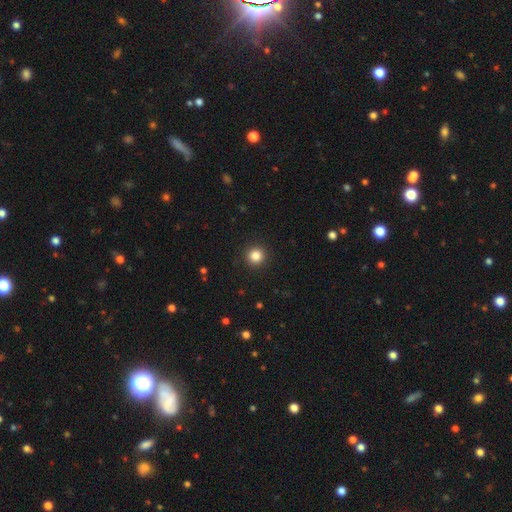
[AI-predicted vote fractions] A smooth galaxy with no disk features (84%) that is round (95%). Merging: none (93%).